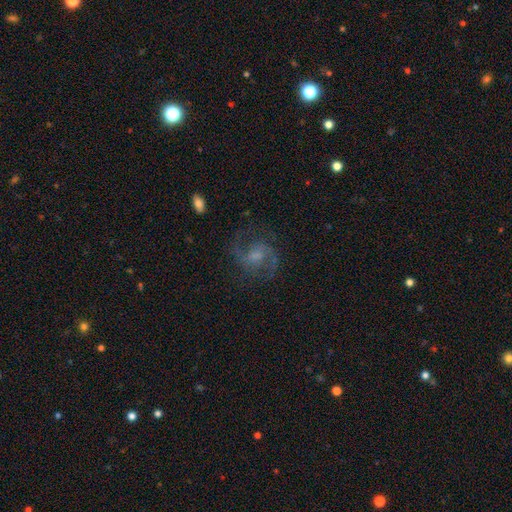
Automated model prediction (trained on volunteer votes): Overall: featured or disk (78%). Edge-on disk: no (98%). Bar: weak (48%; no 41%). Spiral arms: yes (94%). Spiral arm count: 2 (84%). Spiral winding: medium (57%; loose 29%). Bulge size: small (36%; moderate 35%). Merging: none (70%).